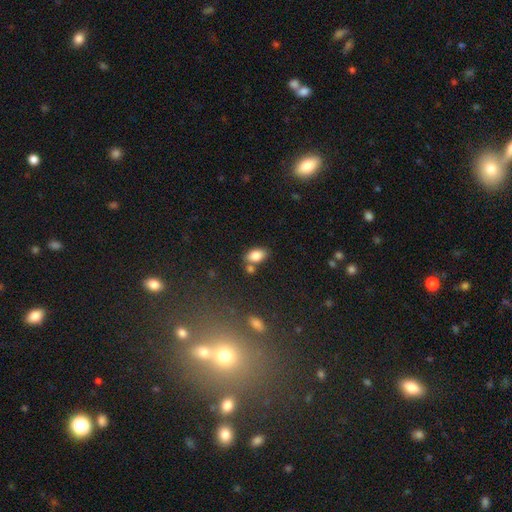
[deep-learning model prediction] smooth-or-featured: smooth: 83% | featured or disk: 9% | star or artifact: 8%
  how-rounded: in between: 90% | round: 8% | cigar-shaped: 2%
  merging: none: 67% | merger: 16% | minor disturbance: 13% | major disturbance: 3%